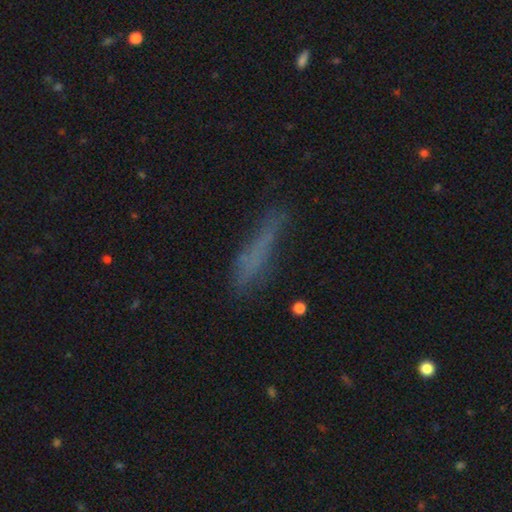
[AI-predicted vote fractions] A smooth galaxy with no disk features (57%) that is cigar-shaped (84%). Merging: none (60%).